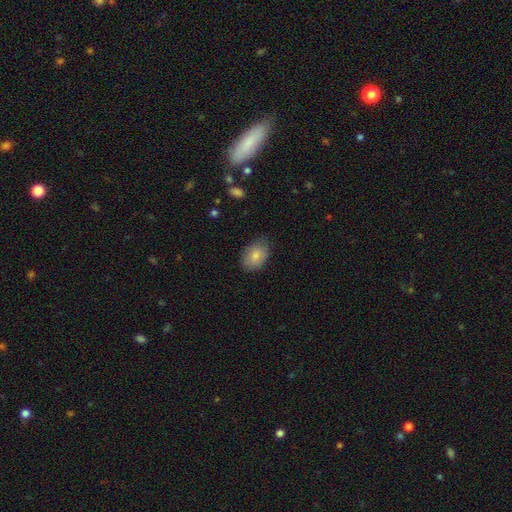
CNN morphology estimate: Smooth or featured? smooth (82%)
How rounded? in between (84%)
Merging? none (79%)